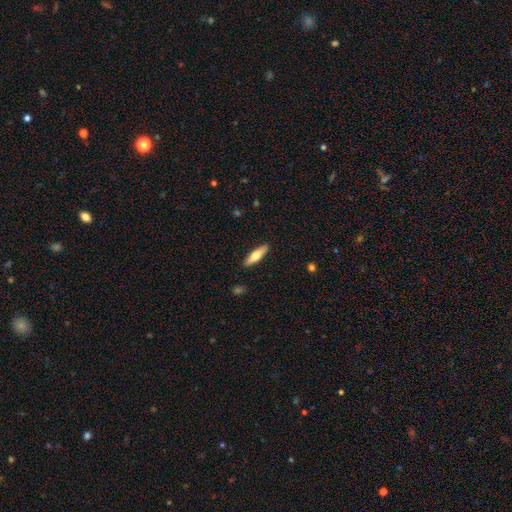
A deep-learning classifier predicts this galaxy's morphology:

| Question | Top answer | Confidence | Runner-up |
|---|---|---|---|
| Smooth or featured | smooth | 62% | featured or disk (32%) |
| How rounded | cigar-shaped | 63% | in between (36%) |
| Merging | none | 90% | minor disturbance (7%) |